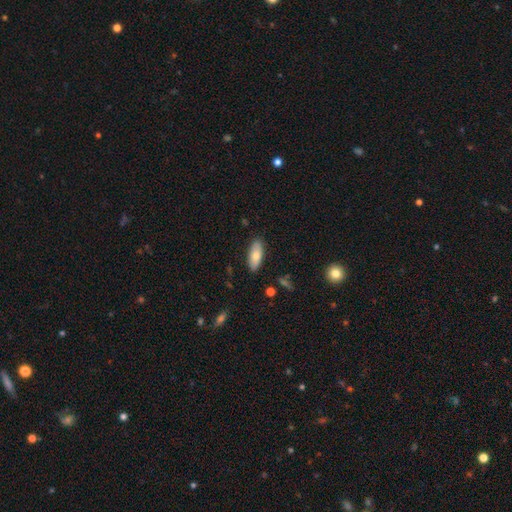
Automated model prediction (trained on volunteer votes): Overall: smooth (73%). How rounded: in between (82%). Merging: none (87%).